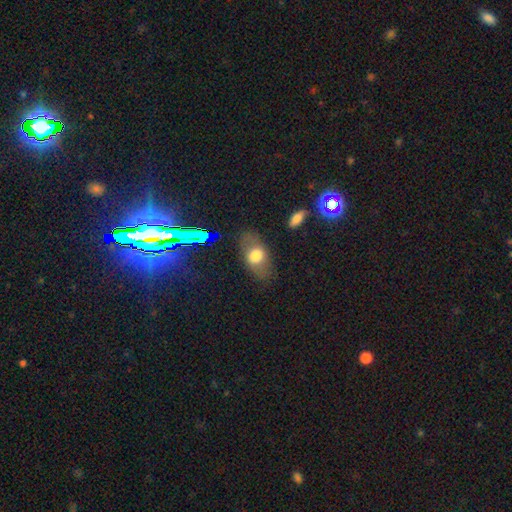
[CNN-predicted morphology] This is likely a smooth galaxy (66%). How rounded: clearly in between (84%). Merging: likely none (74%).